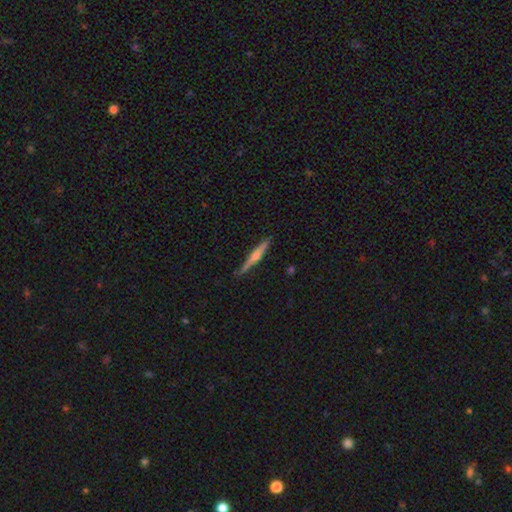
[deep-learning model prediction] Morphology: type=featured or disk (64%); edge-on=yes (98%); edge-on bulge=rounded (82%); merging=none (87%).